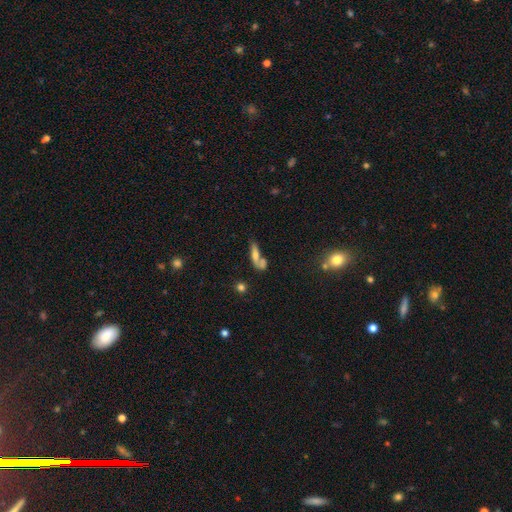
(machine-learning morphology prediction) smooth-or-featured: smooth: 62% | featured or disk: 26% | star or artifact: 12%
  how-rounded: in between: 48% | cigar-shaped: 46% | round: 6%
  merging: merger: 42% | none: 34% | minor disturbance: 13% | major disturbance: 10%